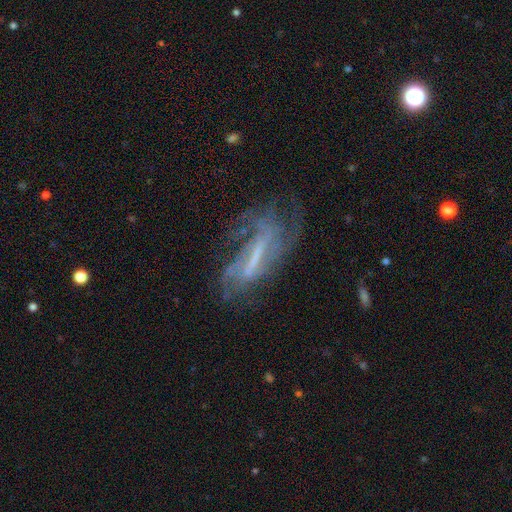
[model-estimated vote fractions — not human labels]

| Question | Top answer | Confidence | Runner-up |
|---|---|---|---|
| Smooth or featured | featured or disk | 75% | smooth (15%) |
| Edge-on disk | no | 80% | yes (20%) |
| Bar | strong | 56% | weak (28%) |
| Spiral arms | yes | 78% | no (22%) |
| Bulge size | none | 42% | small (29%) |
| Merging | none | 52% | major disturbance (23%) |